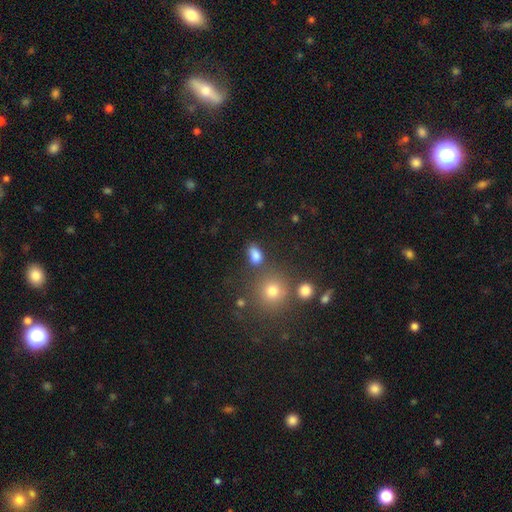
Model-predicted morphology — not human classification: This appears to be a smooth galaxy with no disk features (80%) that is in between round and cigar-shaped (80%). Merging: none (69%).